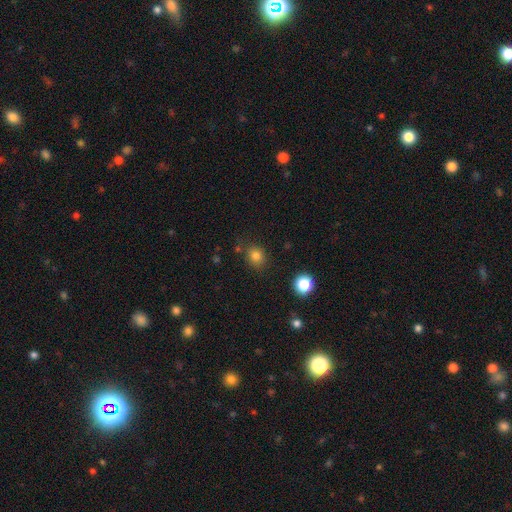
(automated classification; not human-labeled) Q: Smooth or featured?
A: smooth (80%); runner-up: star or artifact (14%)
Q: How rounded?
A: round (71%); runner-up: in between (28%)
Q: Merging?
A: none (78%); runner-up: minor disturbance (13%)